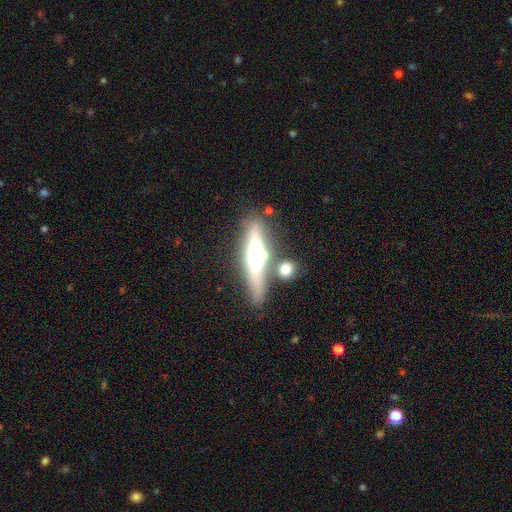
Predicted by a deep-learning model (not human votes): Smooth or featured? featured or disk (61%)
Edge-on disk? yes (89%)
Edge-on bulge? rounded (75%)
Merging? none (67%)